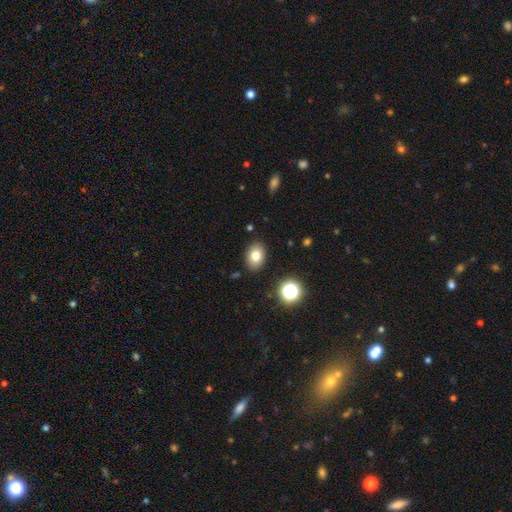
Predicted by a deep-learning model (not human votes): Morphology: type=smooth (78%); roundness=in between (78%); merging=none (88%).